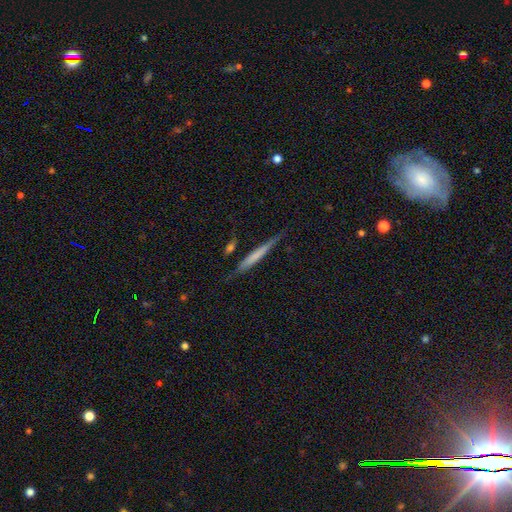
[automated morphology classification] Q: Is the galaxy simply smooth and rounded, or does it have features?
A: smooth — 55%.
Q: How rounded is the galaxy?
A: cigar-shaped — 96%.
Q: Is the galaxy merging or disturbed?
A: none — 78%.